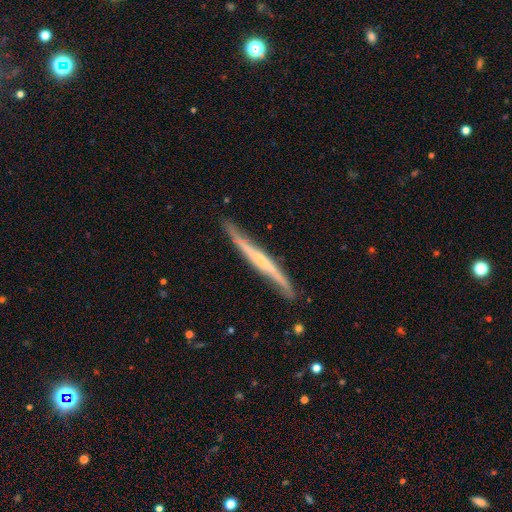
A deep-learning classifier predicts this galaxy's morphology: This is likely a featured or disk galaxy (76%). It is clearly viewed edge-on (93%). Edge-on bulge: possibly rounded (48%). Merging: clearly none (81%).